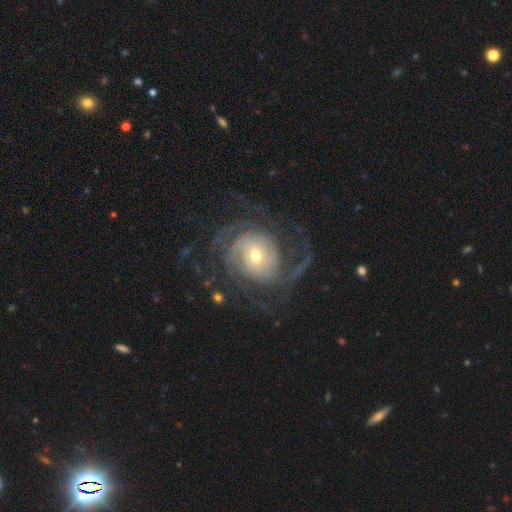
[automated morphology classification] type=featured or disk (87%); edge-on=no (98%); bar=no (65%); spiral arms=yes (96%); winding=tight (55%); arm count=can't tell (27%); bulge=moderate (54%); merging=none (65%).